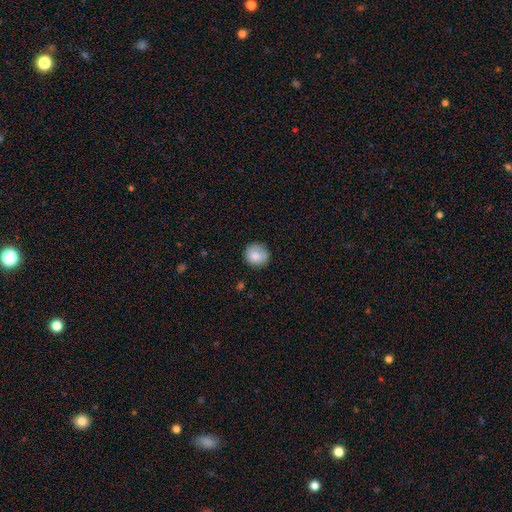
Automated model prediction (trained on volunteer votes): This appears to be a smooth galaxy with no disk features (84%) that is round (90%). Merging: none (82%).